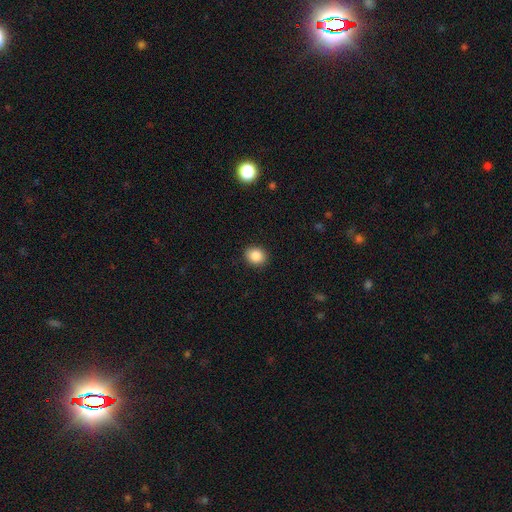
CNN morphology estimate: This appears to be a smooth galaxy with no disk features (87%) that is round (68%). Merging: none (90%).